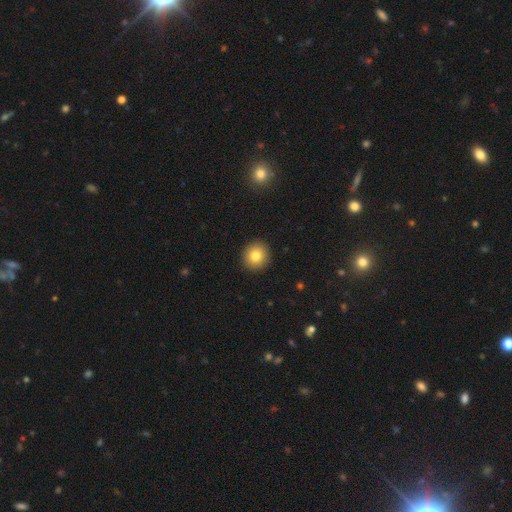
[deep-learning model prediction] Morphology: type=smooth (81%); roundness=round (92%); merging=none (92%).